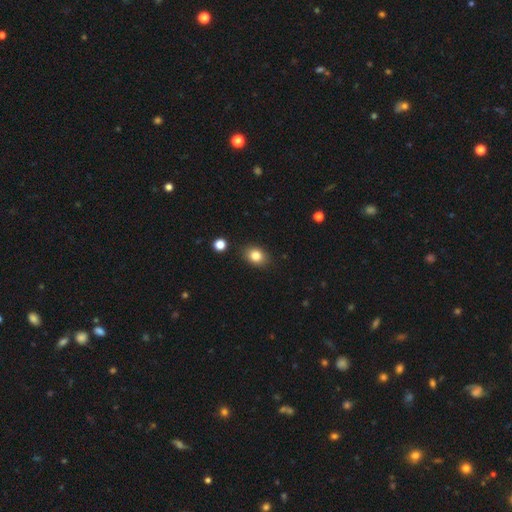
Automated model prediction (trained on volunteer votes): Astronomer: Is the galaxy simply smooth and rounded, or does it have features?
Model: smooth — 83%.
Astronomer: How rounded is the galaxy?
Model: in between — 61% (runner-up: round, 38%).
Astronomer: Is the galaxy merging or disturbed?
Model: none — 86%.